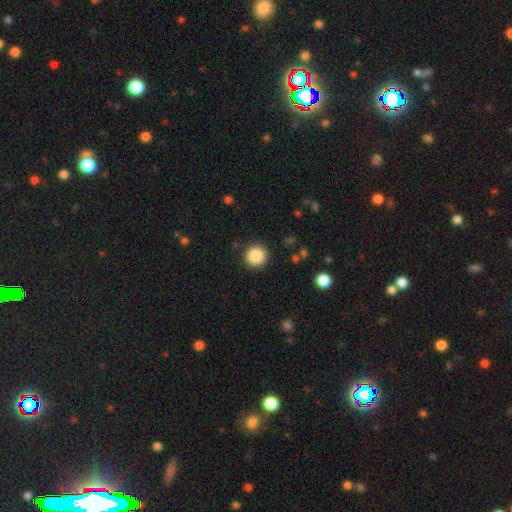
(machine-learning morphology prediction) Overall: smooth (87%). How rounded: round (95%). Merging: none (90%).